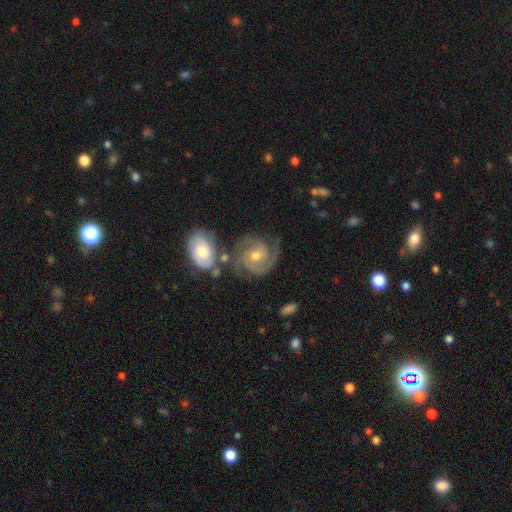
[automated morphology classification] This appears to be a featured or disk galaxy (87%) with no bar (61%), 2 (56%) tight (58%) spiral arms (98%) and a moderate central bulge (63%). Merging: none (63%).